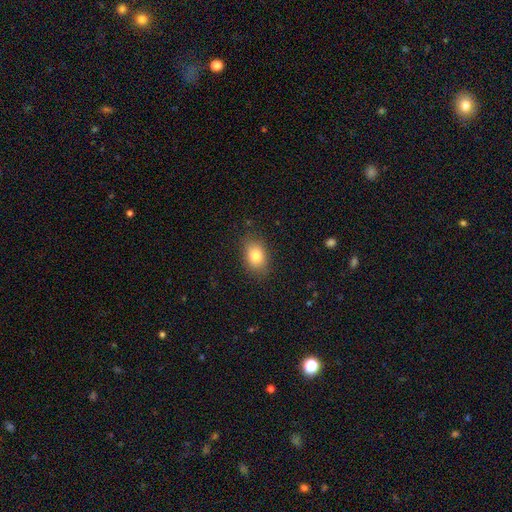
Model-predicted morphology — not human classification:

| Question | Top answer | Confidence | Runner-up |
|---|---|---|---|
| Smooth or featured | smooth | 80% | featured or disk (11%) |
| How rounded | in between | 73% | round (26%) |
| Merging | none | 83% | minor disturbance (13%) |